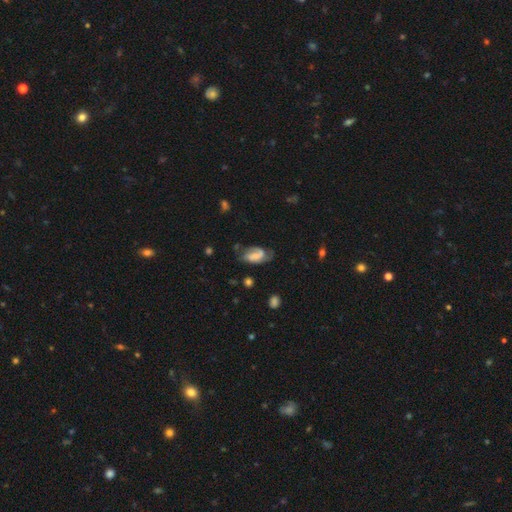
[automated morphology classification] The model was most divided on "bar": weak: 42%, no: 38%, strong: 20%. Remaining: edge-on disk — no (96%); spiral arms — yes (86%); smooth or featured — featured or disk (60%); merging — none (52%); bulge size — small (39%).